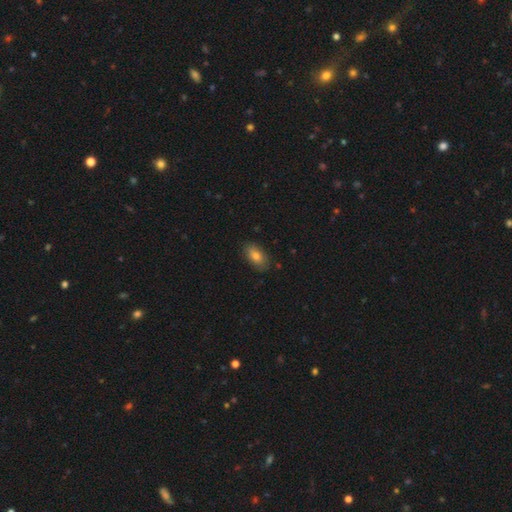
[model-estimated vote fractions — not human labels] This is likely a smooth galaxy (80%). How rounded: clearly in between (90%). Merging: clearly none (83%).